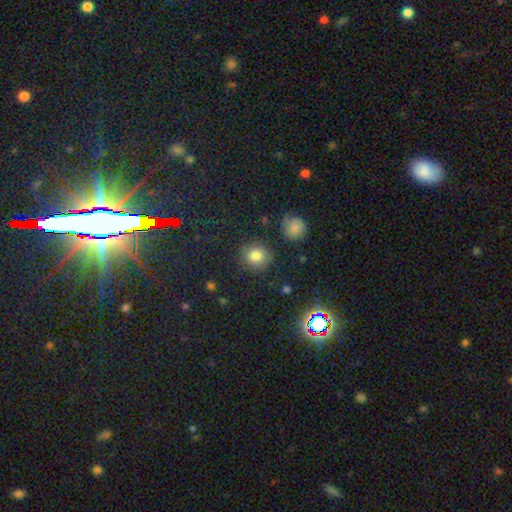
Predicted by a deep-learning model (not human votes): smooth_or_featured: smooth (p=0.81) [alt: star or artifact p=0.13]
how_rounded: round (p=0.88) [alt: in between p=0.11]
merging: none (p=0.84) [alt: minor disturbance p=0.09]